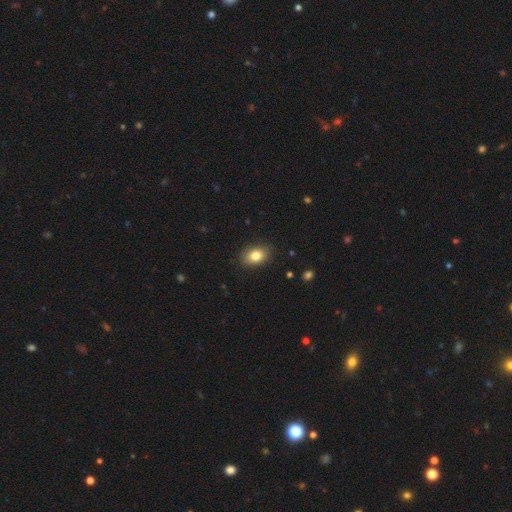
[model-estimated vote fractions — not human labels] The model was most divided on "how rounded": in between: 82%, round: 16%, cigar-shaped: 1%. More confident: merging — none (87%); smooth or featured — smooth (82%).